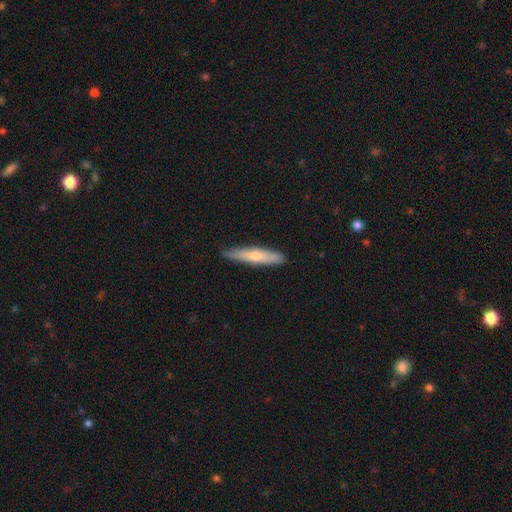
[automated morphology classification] Smooth or featured: smooth — 58% (featured or disk — 36%)
How rounded: cigar-shaped — 88% (in between — 10%)
Merging: none — 87% (minor disturbance — 10%)